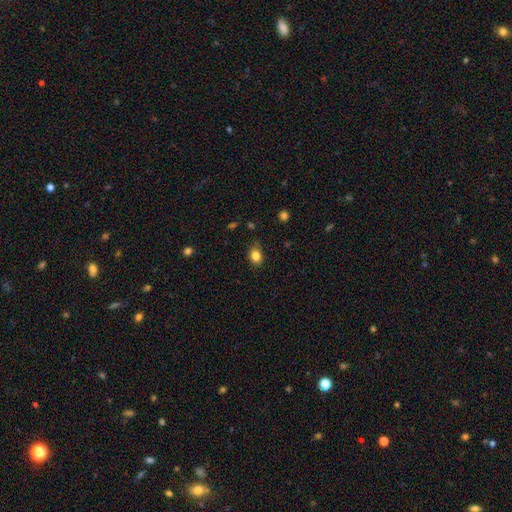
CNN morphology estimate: Q: Smooth or featured?
A: smooth (83%); runner-up: star or artifact (11%)
Q: How rounded?
A: in between (57%); runner-up: round (42%)
Q: Merging?
A: none (77%); runner-up: minor disturbance (19%)